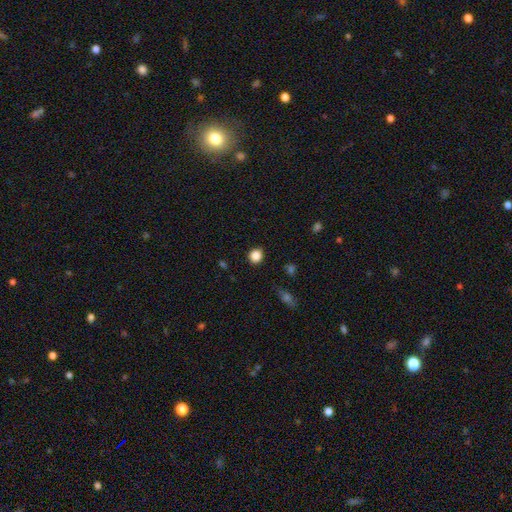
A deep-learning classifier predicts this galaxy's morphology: A smooth galaxy with no disk features (86%) that is round (82%).

Vote fractions:
- Smooth or featured? smooth: 86% / star or artifact: 11% / featured or disk: 3%
- How rounded? round: 82% / in between: 17% / cigar-shaped: 1%
- Merging? none: 88% / minor disturbance: 8% / major disturbance: 2% / merger: 1%